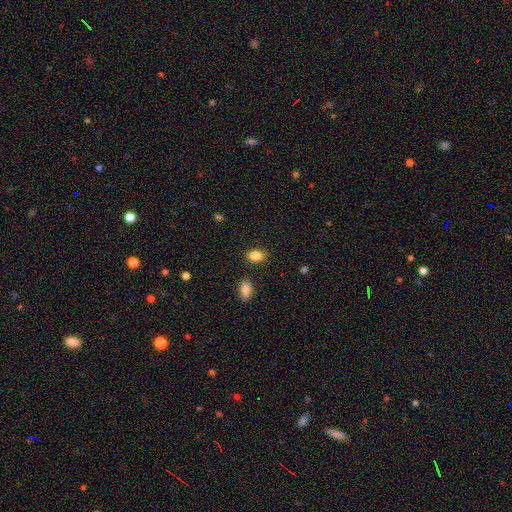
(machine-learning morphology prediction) Smooth or featured: smooth — 85% (star or artifact — 9%)
How rounded: in between — 85% (round — 13%)
Merging: none — 84% (minor disturbance — 10%)